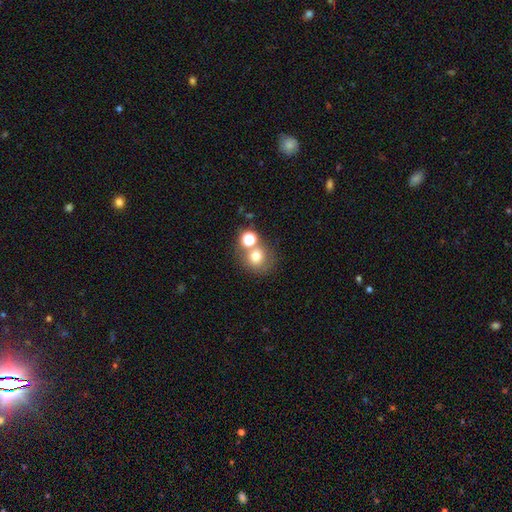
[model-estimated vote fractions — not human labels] Smooth or featured? Predicted: smooth (p=0.71). How rounded? Predicted: round (p=0.82). Merging? Predicted: none (p=0.53).